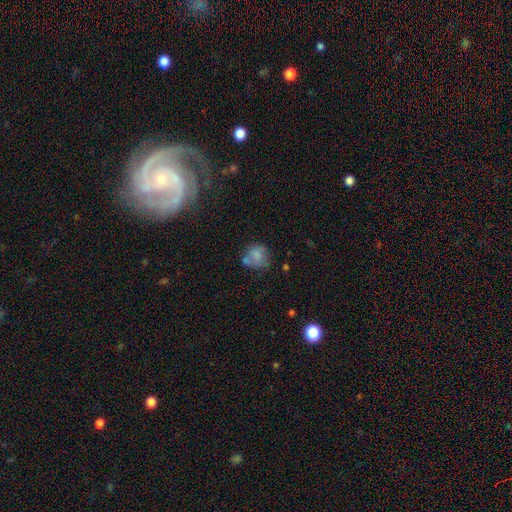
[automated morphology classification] A smooth galaxy with no disk features (64%) that is round (70%).

Vote fractions:
- Smooth or featured? smooth: 64% / featured or disk: 26% / star or artifact: 11%
- How rounded? round: 70% / in between: 28% / cigar-shaped: 1%
- Merging? none: 45% / minor disturbance: 23% / merger: 18% / major disturbance: 13%